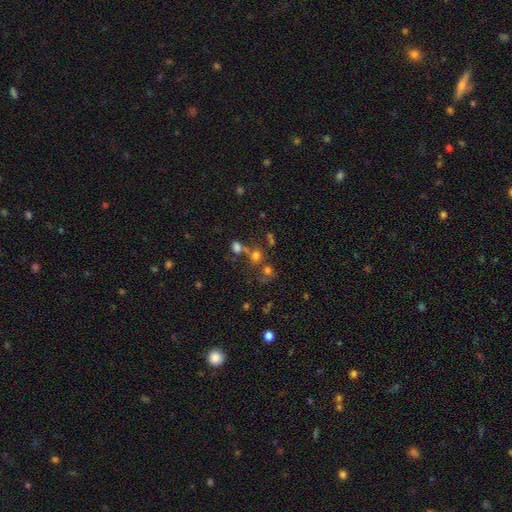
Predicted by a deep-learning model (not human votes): smooth 64%, star or artifact 24%, featured or disk 12%. Down the decision tree: how rounded — round (84%); merging — none (55%).